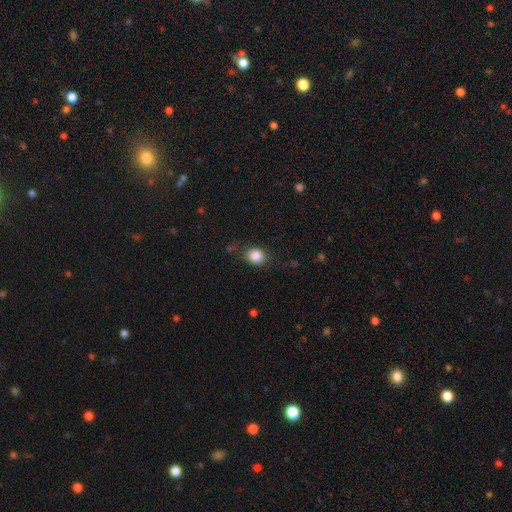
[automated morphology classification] Smooth or featured? Predicted: smooth (p=0.85). How rounded? Predicted: round (p=0.61). Merging? Predicted: none (p=0.75).